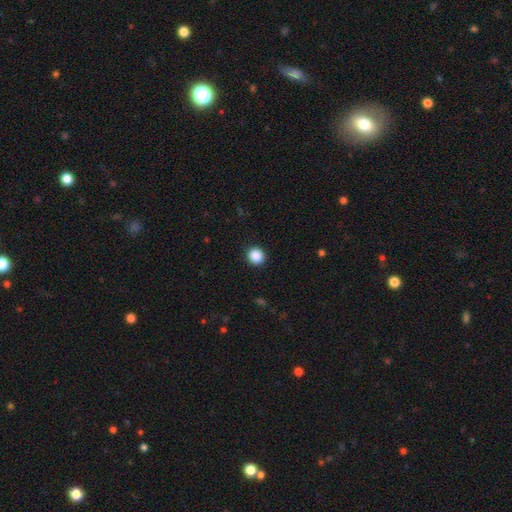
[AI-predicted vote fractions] This is clearly a smooth galaxy (89%). How rounded: clearly round (89%). Merging: clearly none (92%).